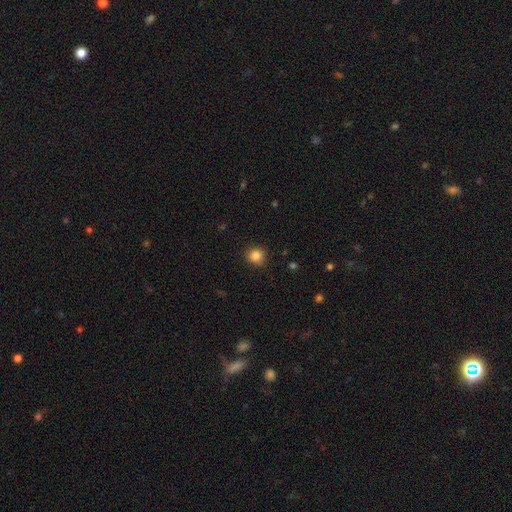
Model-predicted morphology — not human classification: type=smooth (85%); roundness=round (90%); merging=none (89%).